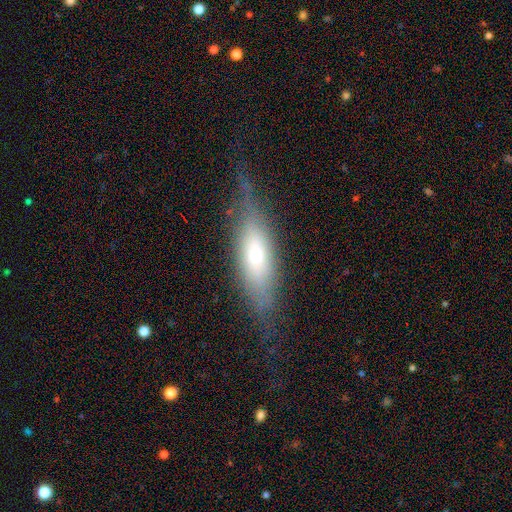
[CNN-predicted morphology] Q: Smooth or featured?
A: featured or disk (50%); runner-up: smooth (42%)
Q: Merging?
A: none (65%); runner-up: minor disturbance (23%)